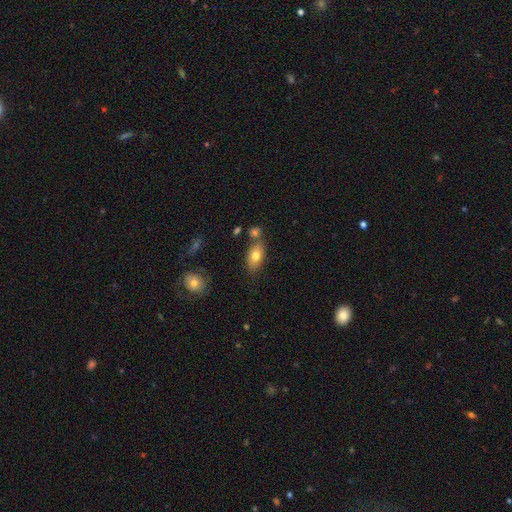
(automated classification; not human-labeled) Smooth or featured?
  - smooth: 76% *
  - featured or disk: 16%
  - star or artifact: 8%
How rounded?
  - in between: 87% *
  - round: 7%
  - cigar-shaped: 6%
Merging?
  - none: 67% *
  - minor disturbance: 15%
  - merger: 14%
  - major disturbance: 4%